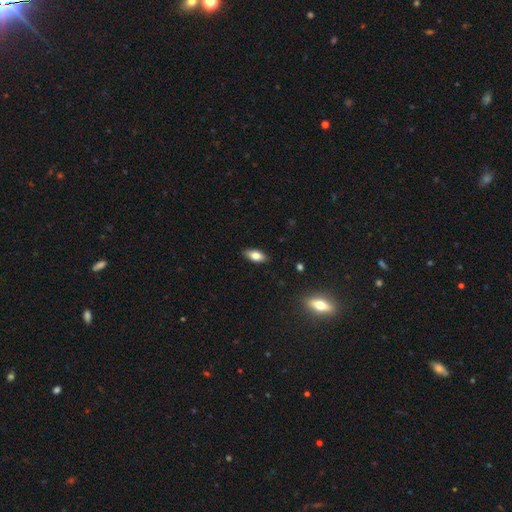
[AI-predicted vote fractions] Smooth or featured? smooth (76%)
How rounded? in between (85%)
Merging? none (87%)